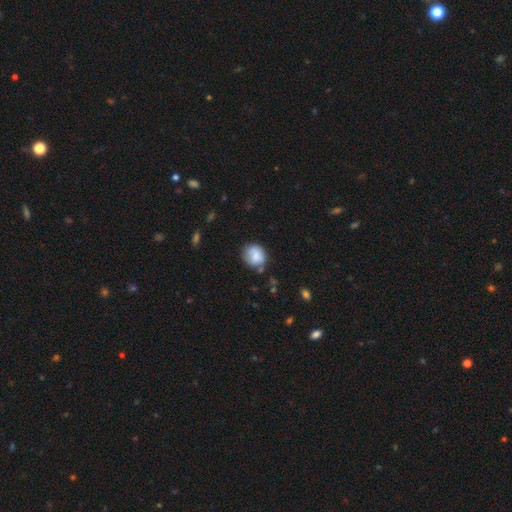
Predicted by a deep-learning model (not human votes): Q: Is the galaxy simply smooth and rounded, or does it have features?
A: smooth — 82%.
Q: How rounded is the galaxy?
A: round — 71%.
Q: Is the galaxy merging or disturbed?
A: none — 68%.